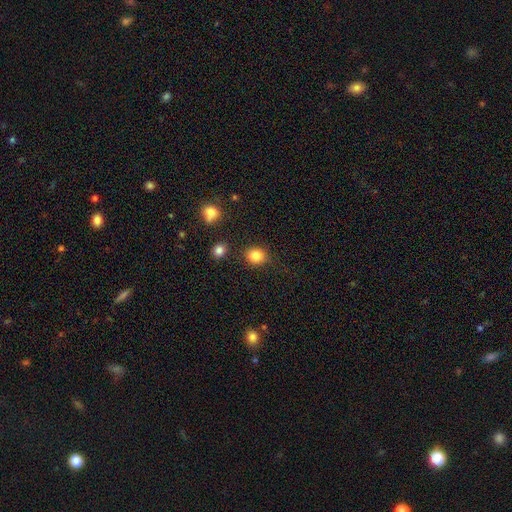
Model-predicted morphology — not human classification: type=smooth (85%); roundness=round (77%); merging=none (84%).